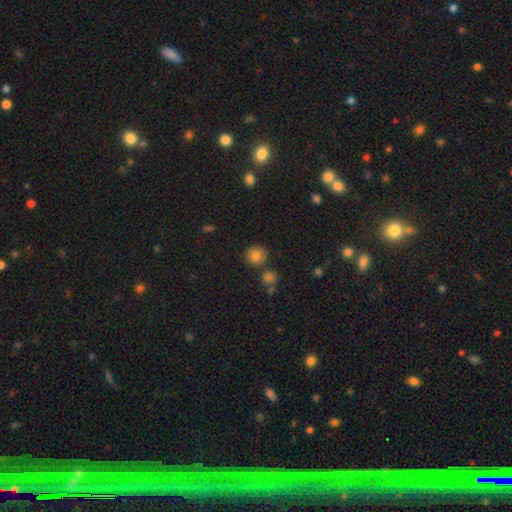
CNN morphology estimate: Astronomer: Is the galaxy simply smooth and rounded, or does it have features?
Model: smooth — 82%.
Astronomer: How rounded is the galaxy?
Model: round — 87%.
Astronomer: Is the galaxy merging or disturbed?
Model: none — 78%.